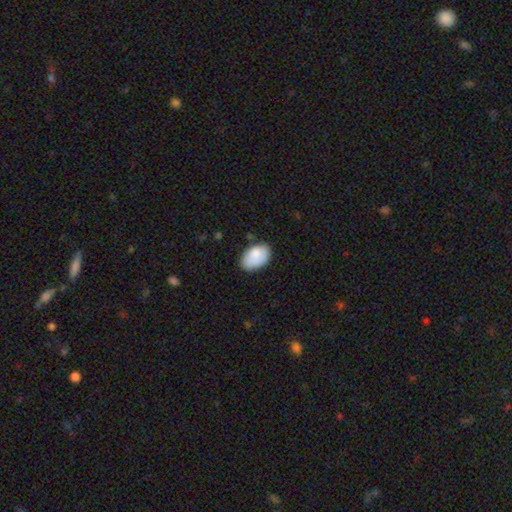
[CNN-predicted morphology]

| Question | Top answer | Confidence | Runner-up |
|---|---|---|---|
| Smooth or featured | smooth | 84% | featured or disk (10%) |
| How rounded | in between | 90% | round (9%) |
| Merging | none | 72% | minor disturbance (22%) |